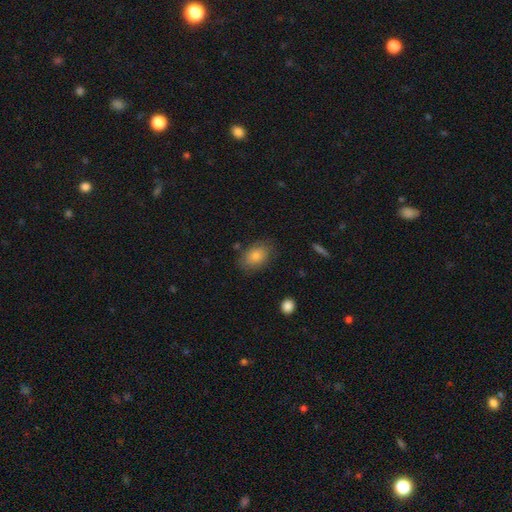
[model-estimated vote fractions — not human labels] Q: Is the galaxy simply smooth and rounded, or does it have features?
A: smooth — 78%.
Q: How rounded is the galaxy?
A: in between — 80%.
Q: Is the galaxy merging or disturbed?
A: none — 79%.